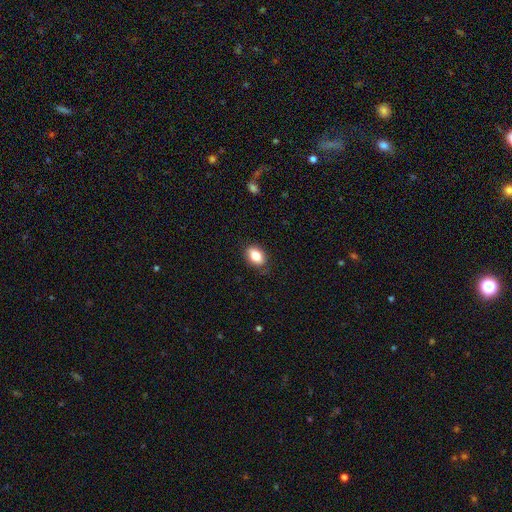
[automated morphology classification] Smooth or featured? smooth (83%)
How rounded? in between (86%)
Merging? none (82%)